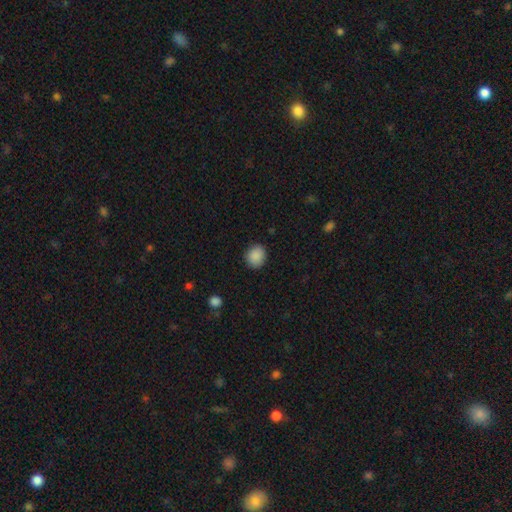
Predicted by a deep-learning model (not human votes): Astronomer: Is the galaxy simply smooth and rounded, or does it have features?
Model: smooth — 89%.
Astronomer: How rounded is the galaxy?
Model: round — 72%.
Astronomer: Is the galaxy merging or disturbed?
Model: none — 88%.